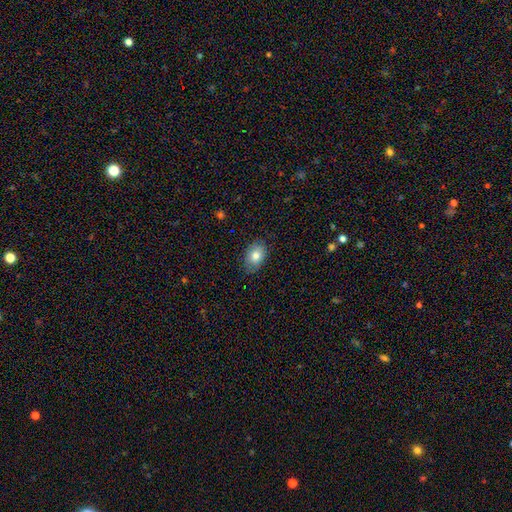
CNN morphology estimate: Smooth or featured? smooth (79%)
How rounded? in between (85%)
Merging? none (80%)